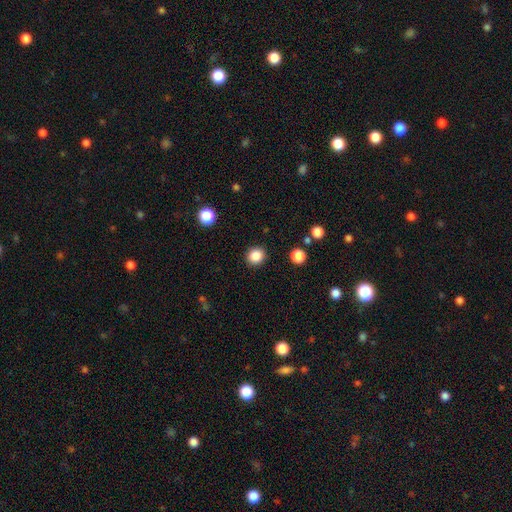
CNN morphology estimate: This appears to be a smooth galaxy with no disk features (86%) that is round (84%). Merging: none (91%).